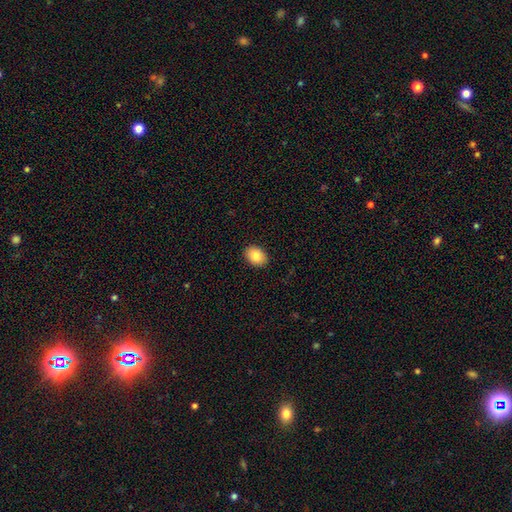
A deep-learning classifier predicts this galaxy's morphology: Overall: smooth (86%). How rounded: in between (76%). Merging: none (90%).